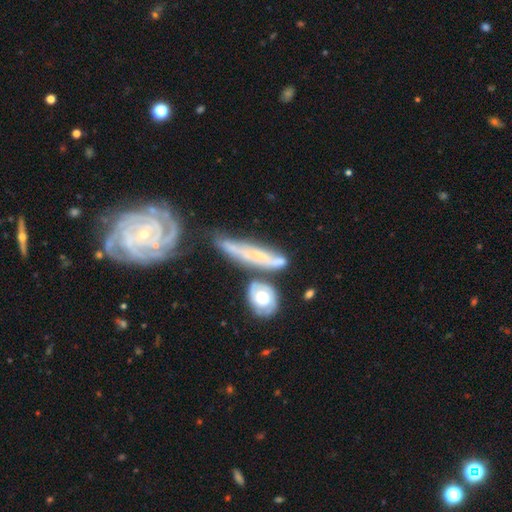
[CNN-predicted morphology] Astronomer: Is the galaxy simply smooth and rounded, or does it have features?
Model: featured or disk — 67%.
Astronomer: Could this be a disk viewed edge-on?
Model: no — 70%.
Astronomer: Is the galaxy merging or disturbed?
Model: none — 47% (runner-up: merger, 24%).